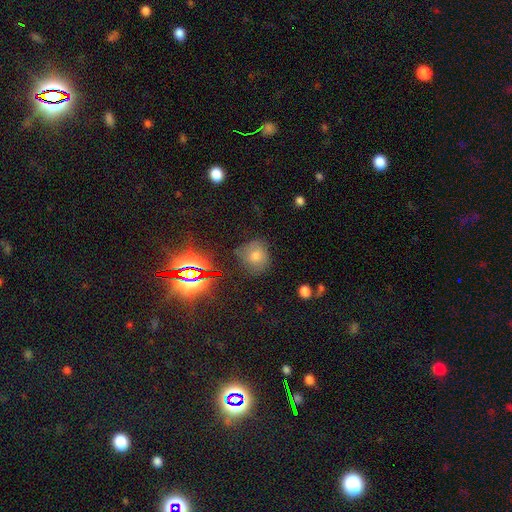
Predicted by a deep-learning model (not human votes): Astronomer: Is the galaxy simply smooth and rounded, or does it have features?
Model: smooth — 55%.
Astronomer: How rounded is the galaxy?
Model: round — 81%.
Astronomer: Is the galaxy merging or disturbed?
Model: none — 75%.